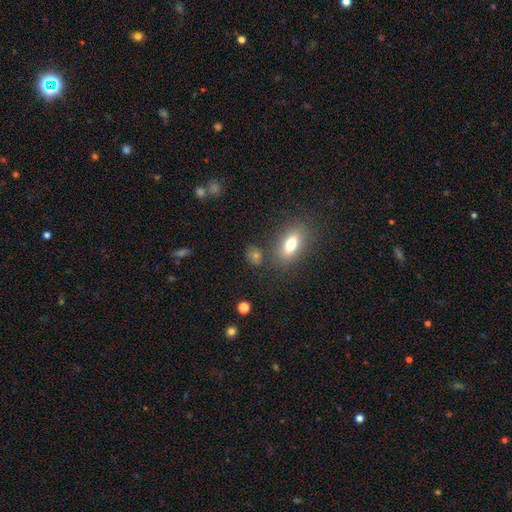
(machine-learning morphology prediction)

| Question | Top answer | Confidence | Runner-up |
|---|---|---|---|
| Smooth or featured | smooth | 69% | star or artifact (17%) |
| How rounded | in between | 62% | round (29%) |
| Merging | none | 75% | minor disturbance (13%) |